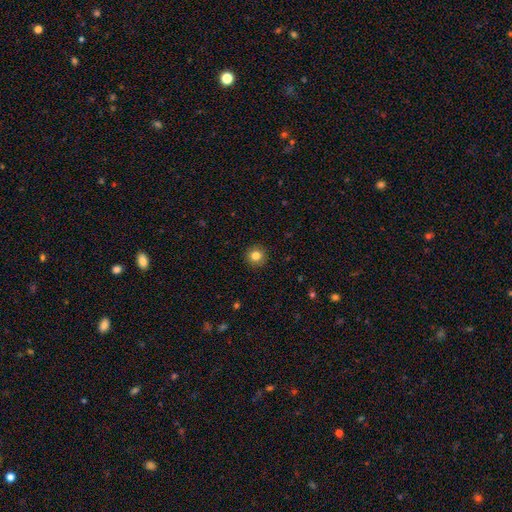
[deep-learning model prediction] Morphology: type=smooth (83%); roundness=round (94%); merging=none (92%).